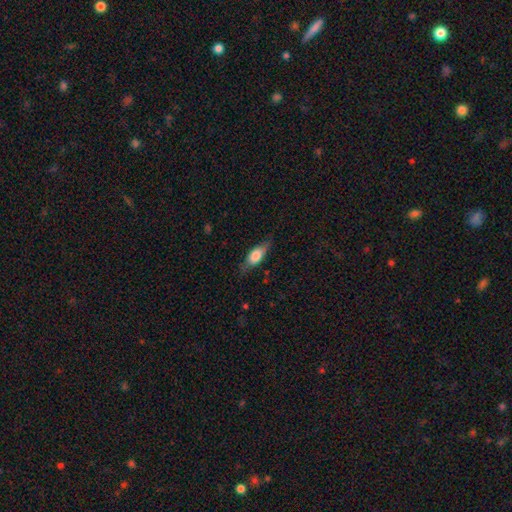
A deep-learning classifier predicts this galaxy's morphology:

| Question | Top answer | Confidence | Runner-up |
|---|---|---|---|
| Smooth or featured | smooth | 66% | featured or disk (28%) |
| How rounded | in between | 71% | cigar-shaped (26%) |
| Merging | none | 74% | minor disturbance (20%) |